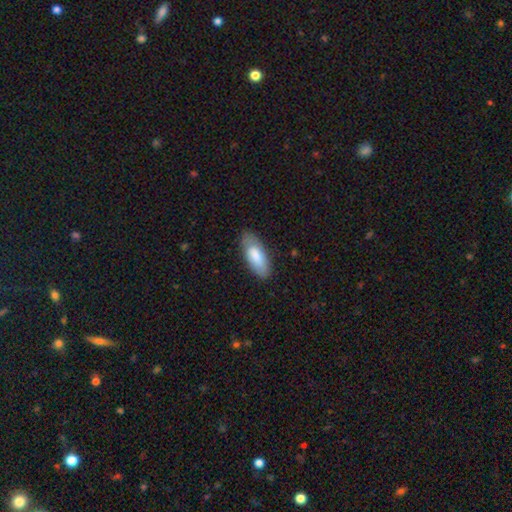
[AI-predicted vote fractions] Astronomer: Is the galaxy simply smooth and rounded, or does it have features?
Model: smooth — 81%.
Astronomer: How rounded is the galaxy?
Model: in between — 80%.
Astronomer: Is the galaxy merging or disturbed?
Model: none — 80%.